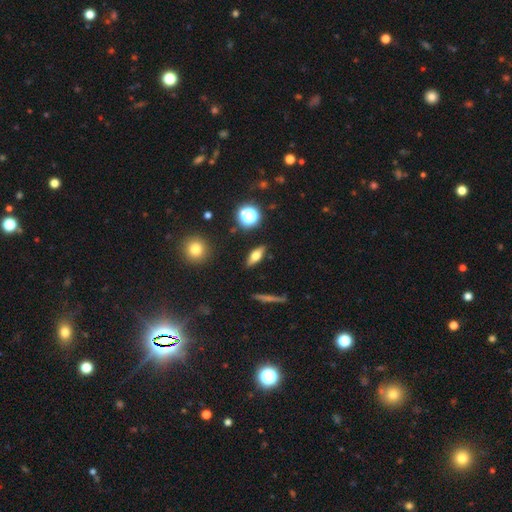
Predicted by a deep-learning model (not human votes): smooth 52%, featured or disk 36%, star or artifact 12%. Down the decision tree: how rounded — in between (57%); merging — none (88%).